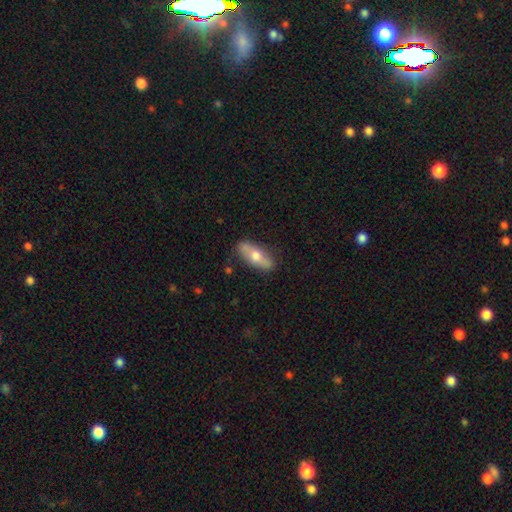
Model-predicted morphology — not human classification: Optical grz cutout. It shows a smooth galaxy with no disk features (53%) that is in between round and cigar-shaped (67%). Merging: none (81%).